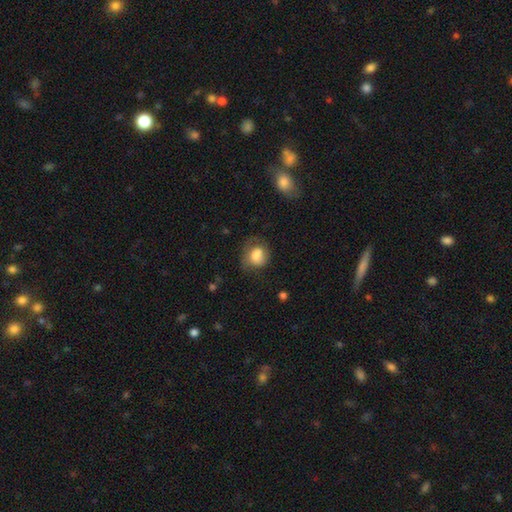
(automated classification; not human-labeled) Smooth or featured? smooth (74%)
How rounded? round (59%)
Merging? none (47%)